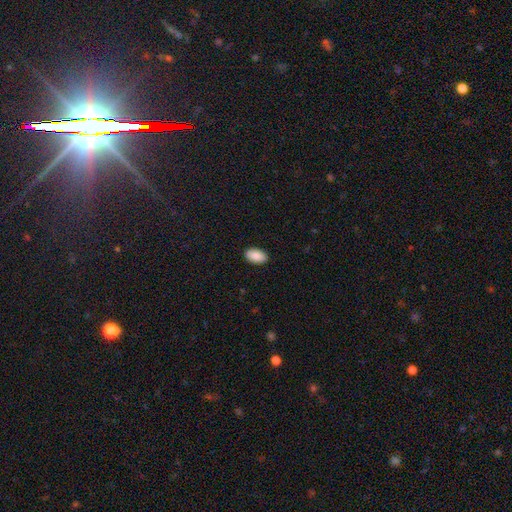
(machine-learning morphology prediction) Smooth or featured?
  - smooth: 90% *
  - star or artifact: 6%
  - featured or disk: 3%
How rounded?
  - in between: 95% *
  - round: 4%
  - cigar-shaped: 1%
Merging?
  - none: 90% *
  - minor disturbance: 7%
  - major disturbance: 2%
  - merger: 1%